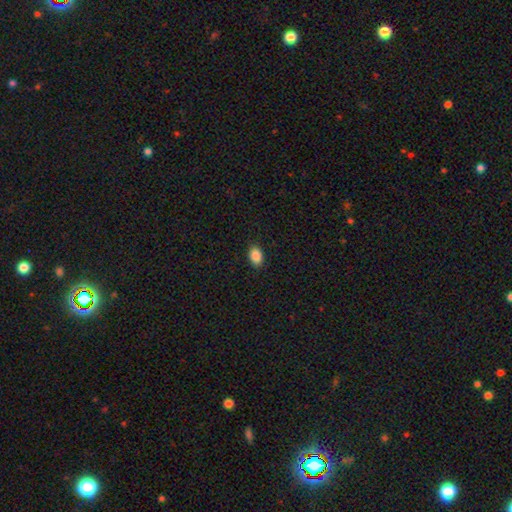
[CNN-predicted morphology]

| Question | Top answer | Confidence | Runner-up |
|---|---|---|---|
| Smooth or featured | smooth | 88% | star or artifact (8%) |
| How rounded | in between | 87% | round (12%) |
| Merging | none | 89% | minor disturbance (8%) |